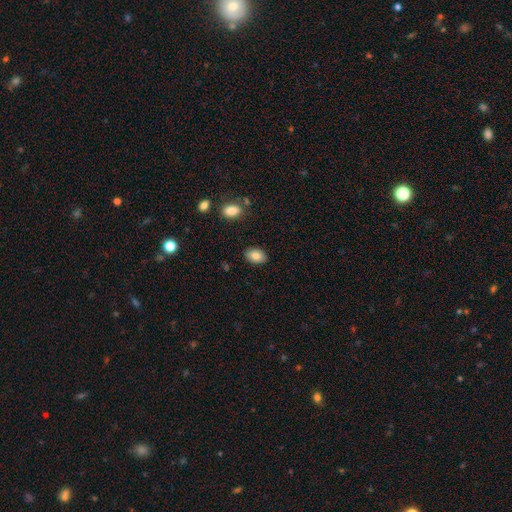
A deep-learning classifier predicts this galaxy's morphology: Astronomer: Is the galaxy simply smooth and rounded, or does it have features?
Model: smooth — 83%.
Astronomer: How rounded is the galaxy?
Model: in between — 85%.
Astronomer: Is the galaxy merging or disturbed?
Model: none — 87%.